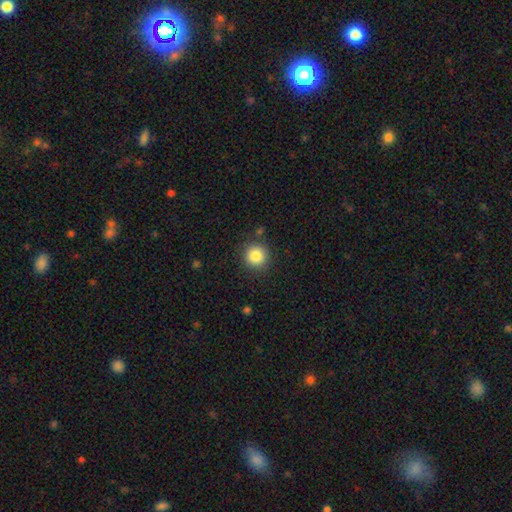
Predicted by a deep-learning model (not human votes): smooth 85%, star or artifact 10%, featured or disk 5%. Down the decision tree: how rounded — round (94%); merging — none (87%).